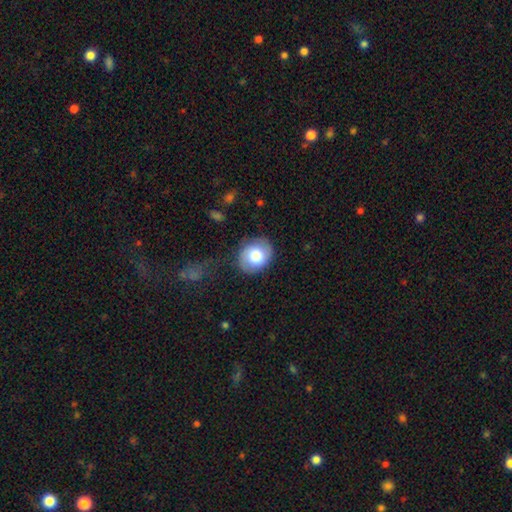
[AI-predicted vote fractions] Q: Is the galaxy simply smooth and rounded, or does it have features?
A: smooth — 72%.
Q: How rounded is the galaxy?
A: round — 63%.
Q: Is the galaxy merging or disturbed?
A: none — 77%.